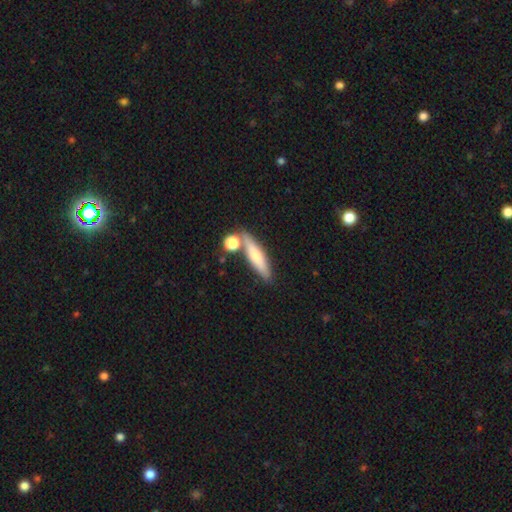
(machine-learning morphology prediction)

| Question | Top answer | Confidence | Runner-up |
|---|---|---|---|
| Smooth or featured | smooth | 61% | featured or disk (32%) |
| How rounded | cigar-shaped | 74% | in between (22%) |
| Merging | none | 69% | merger (16%) |